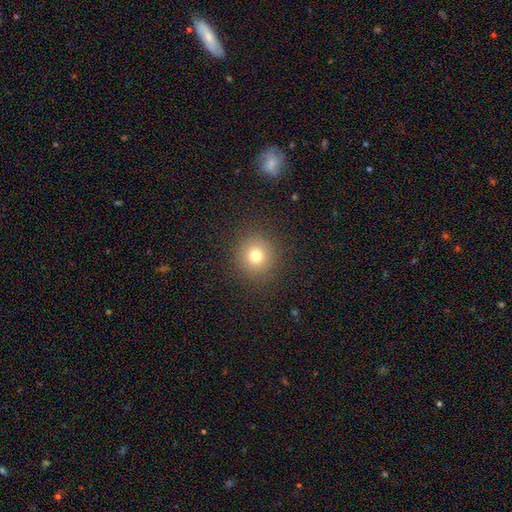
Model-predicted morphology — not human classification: This appears to be a smooth galaxy with no disk features (75%) that is round (91%). Merging: none (89%).